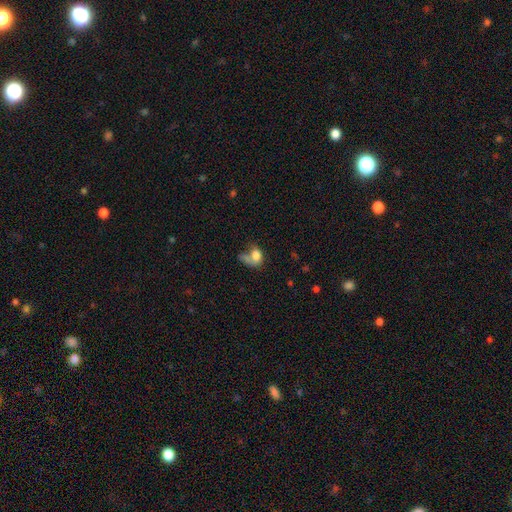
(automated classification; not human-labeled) Smooth or featured?
  - smooth: 72% *
  - featured or disk: 18%
  - star or artifact: 10%
How rounded?
  - in between: 69% *
  - round: 29%
  - cigar-shaped: 2%
Merging?
  - merger: 32% *
  - major disturbance: 28%
  - none: 25%
  - minor disturbance: 16%